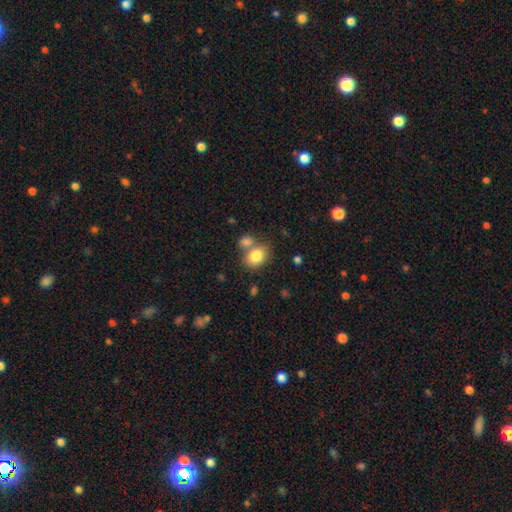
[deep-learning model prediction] smooth_or_featured: smooth (p=0.81) [alt: featured or disk p=0.10]
how_rounded: in between (p=0.60) [alt: round p=0.39]
merging: none (p=0.51) [alt: merger p=0.33]